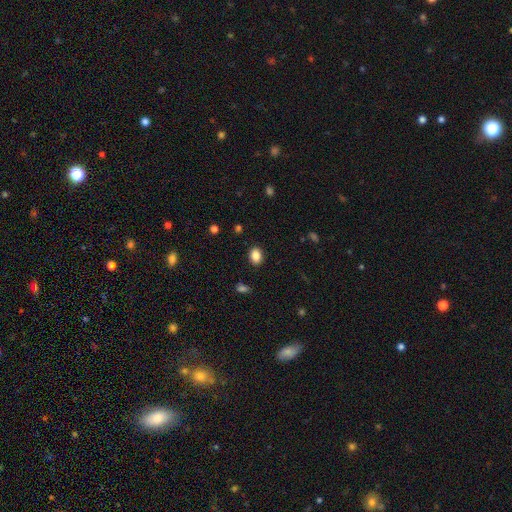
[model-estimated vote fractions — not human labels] Overall: smooth (87%). How rounded: in between (70%). Merging: none (88%).